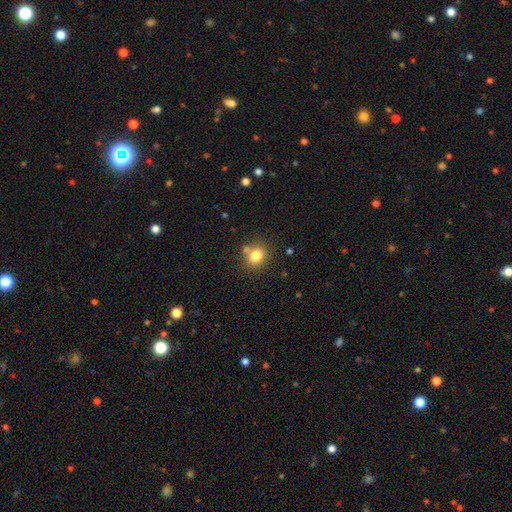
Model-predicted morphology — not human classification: smooth-or-featured: smooth: 79% | star or artifact: 12% | featured or disk: 9%
  how-rounded: round: 73% | in between: 26% | cigar-shaped: 1%
  merging: none: 72% | merger: 13% | minor disturbance: 11% | major disturbance: 3%